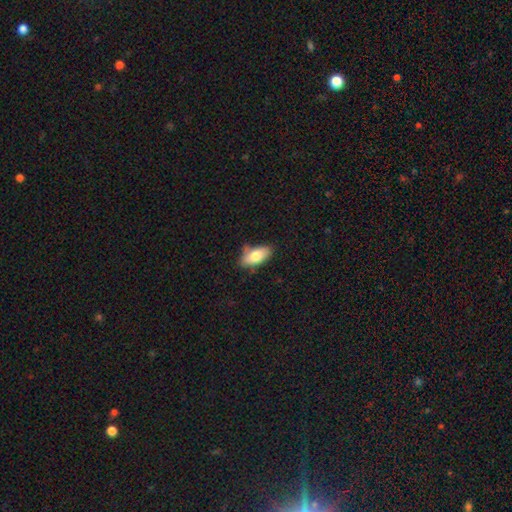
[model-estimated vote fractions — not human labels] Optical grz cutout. It shows a smooth galaxy with no disk features (78%) that is in between round and cigar-shaped (90%). Merging: none (67%).